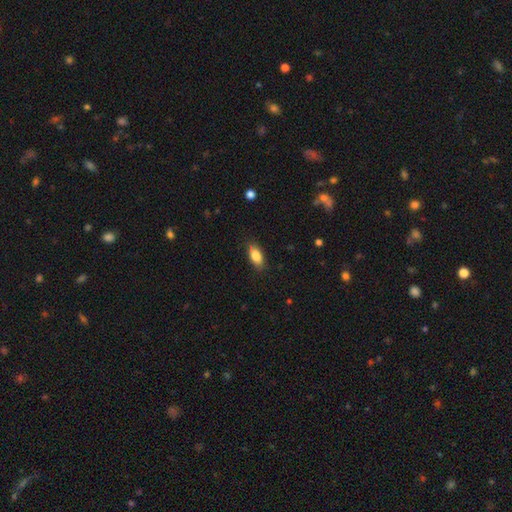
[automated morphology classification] This appears to be a smooth galaxy with no disk features (84%) that is in between round and cigar-shaped (87%). Merging: none (83%).